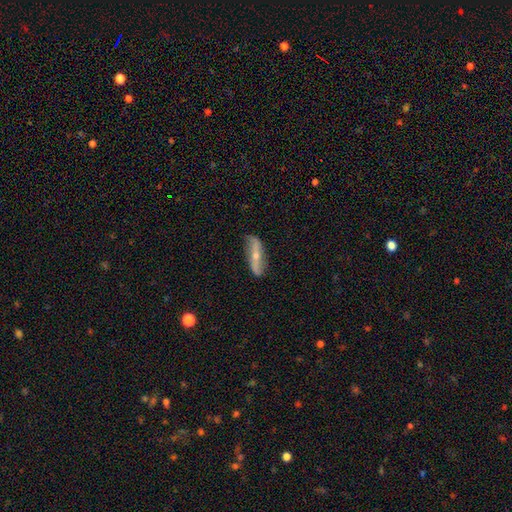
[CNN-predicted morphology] This appears to be a featured or disk galaxy (68%). Merging: none (76%).